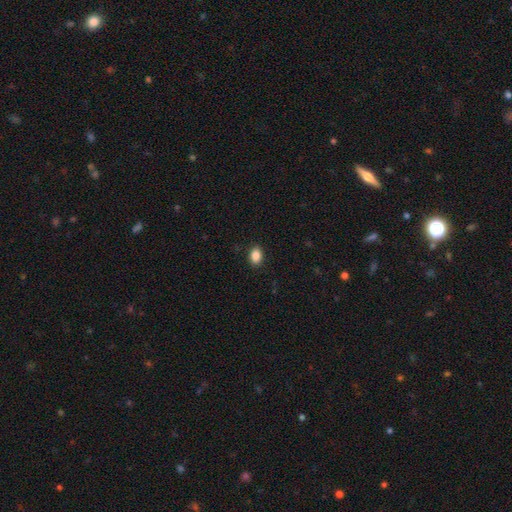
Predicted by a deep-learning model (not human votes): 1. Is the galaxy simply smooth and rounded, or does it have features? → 88% smooth, 9% star or artifact, 4% featured or disk.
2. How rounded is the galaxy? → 80% in between, 18% round, 1% cigar-shaped.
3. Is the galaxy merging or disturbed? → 90% none, 7% minor disturbance, 2% major disturbance, 1% merger.